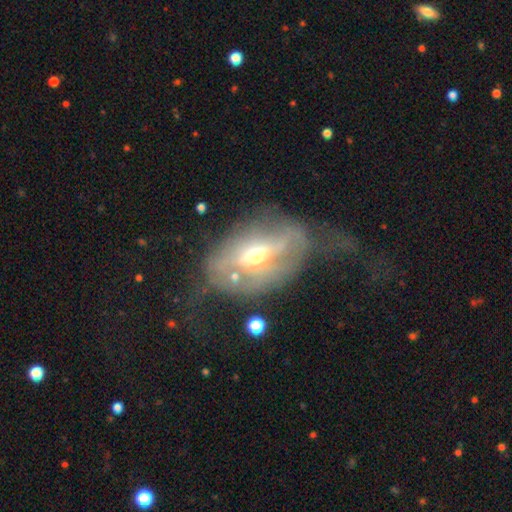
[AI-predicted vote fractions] Smooth or featured? featured or disk (63%)
Edge-on disk? no (81%)
Bar? no (46%)
Spiral arms? no (67%)
Bulge size? moderate (58%)
Merging? major disturbance (43%)